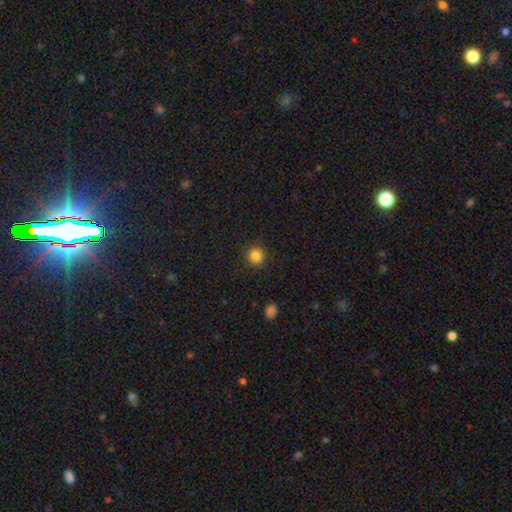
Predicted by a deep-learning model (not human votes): Smooth or featured? Predicted: smooth (p=0.85). How rounded? Predicted: round (p=0.94). Merging? Predicted: none (p=0.90).